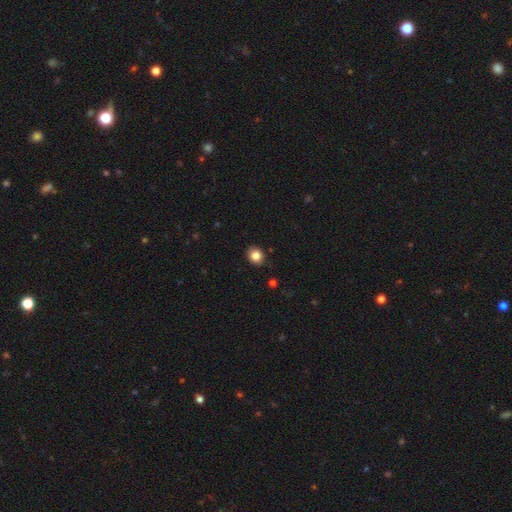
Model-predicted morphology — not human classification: This is clearly a smooth galaxy (84%). How rounded: possibly round (55%). Merging: clearly none (89%).